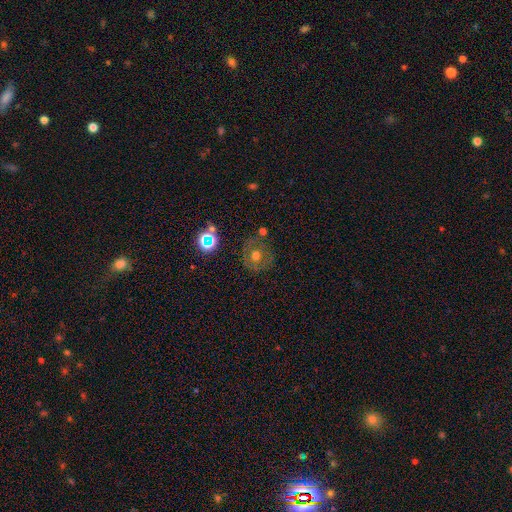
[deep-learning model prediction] Q: Smooth or featured?
A: smooth (53%); runner-up: featured or disk (30%)
Q: How rounded?
A: round (87%); runner-up: in between (12%)
Q: Merging?
A: none (77%); runner-up: minor disturbance (13%)